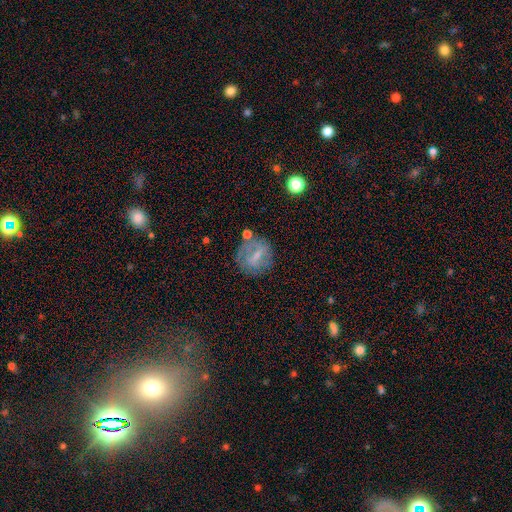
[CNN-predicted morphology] type=featured or disk (47%); merging=none (62%).